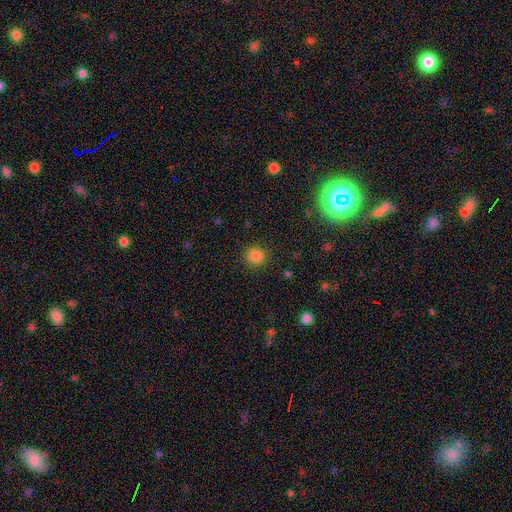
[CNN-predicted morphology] Smooth or featured? smooth (85%)
How rounded? round (92%)
Merging? none (89%)